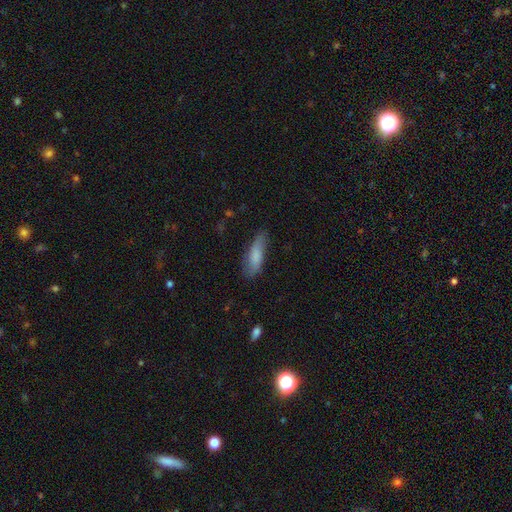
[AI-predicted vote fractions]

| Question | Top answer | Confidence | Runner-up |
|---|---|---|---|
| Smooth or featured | smooth | 79% | featured or disk (15%) |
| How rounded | cigar-shaped | 52% | in between (46%) |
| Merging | none | 74% | minor disturbance (20%) |